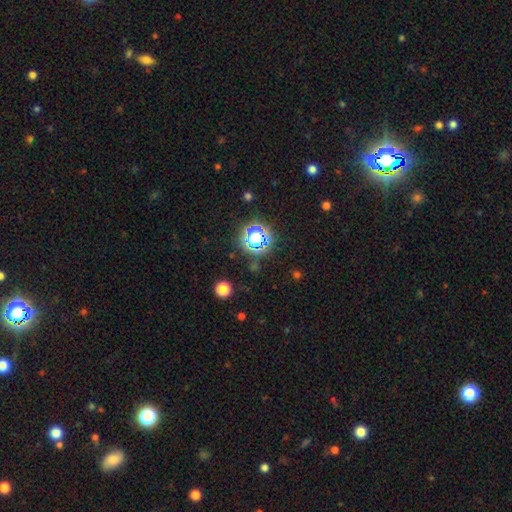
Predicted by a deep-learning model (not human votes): The model was most divided on "smooth or featured": star or artifact: 76%, smooth: 17%, featured or disk: 7%.